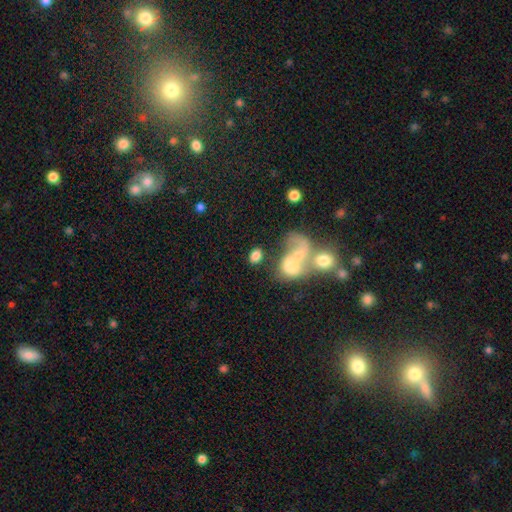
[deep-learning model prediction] smooth 74%, featured or disk 16%, star or artifact 10%. Down the decision tree: how rounded — in between (72%); merging — merger (44%).